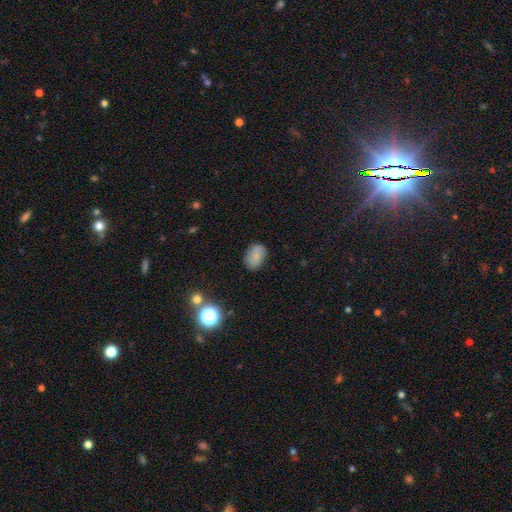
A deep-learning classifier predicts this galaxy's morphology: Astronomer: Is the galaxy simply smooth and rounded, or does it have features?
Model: smooth — 74%.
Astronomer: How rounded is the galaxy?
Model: in between — 84%.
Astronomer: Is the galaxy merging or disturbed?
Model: none — 79%.